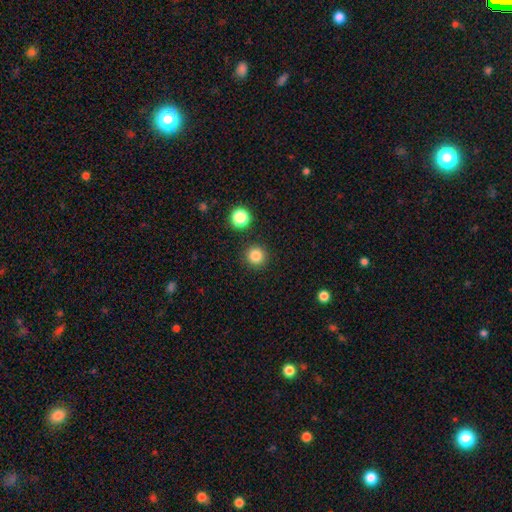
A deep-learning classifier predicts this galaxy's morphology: Smooth or featured: smooth — 83% (star or artifact — 12%)
How rounded: round — 95% (in between — 4%)
Merging: none — 90% (minor disturbance — 5%)